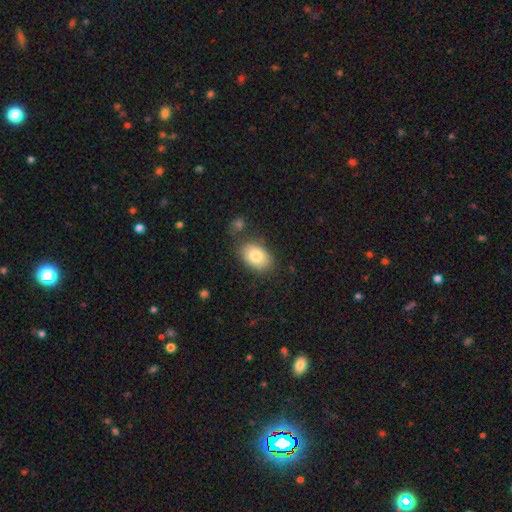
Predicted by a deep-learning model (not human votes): Morphology: type=smooth (82%); roundness=in between (84%); merging=none (75%).